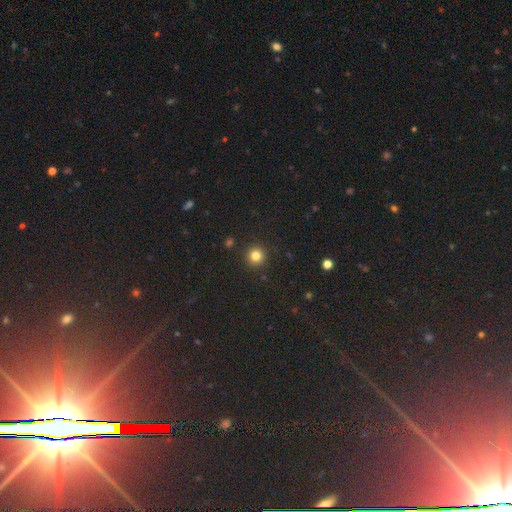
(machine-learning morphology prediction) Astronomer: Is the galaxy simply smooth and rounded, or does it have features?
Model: smooth — 82%.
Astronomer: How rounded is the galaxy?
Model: round — 94%.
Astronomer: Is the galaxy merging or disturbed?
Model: none — 91%.